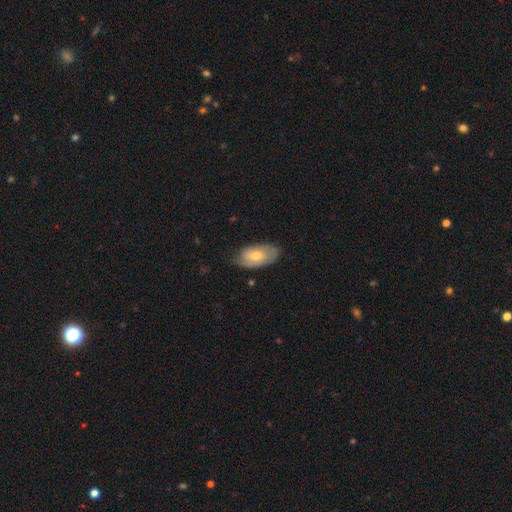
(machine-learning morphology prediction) This is possibly a smooth galaxy (49%). Merging: likely none (70%).